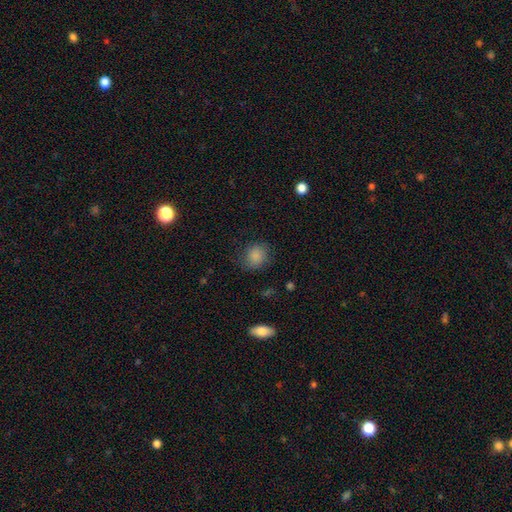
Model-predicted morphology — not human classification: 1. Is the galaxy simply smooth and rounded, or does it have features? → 85% smooth, 9% star or artifact, 6% featured or disk.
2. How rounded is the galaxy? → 72% round, 27% in between, 1% cigar-shaped.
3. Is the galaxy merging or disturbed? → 76% none, 17% minor disturbance, 6% major disturbance, 1% merger.